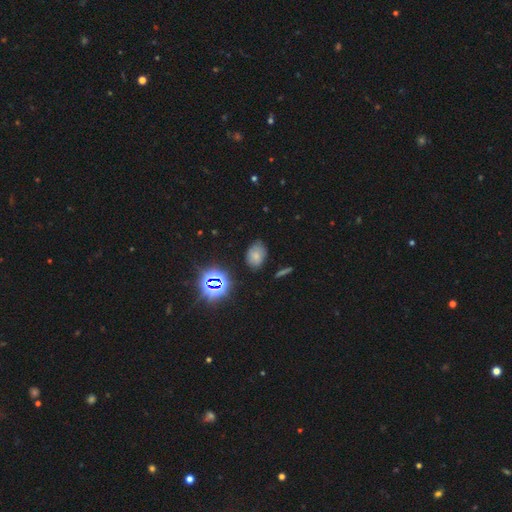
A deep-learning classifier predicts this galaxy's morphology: A smooth galaxy with no disk features (64%) that is in between round and cigar-shaped (80%).

Vote fractions:
- Smooth or featured? smooth: 64% / star or artifact: 22% / featured or disk: 13%
- How rounded? in between: 80% / round: 19% / cigar-shaped: 1%
- Merging? none: 74% / minor disturbance: 19% / major disturbance: 5% / merger: 2%